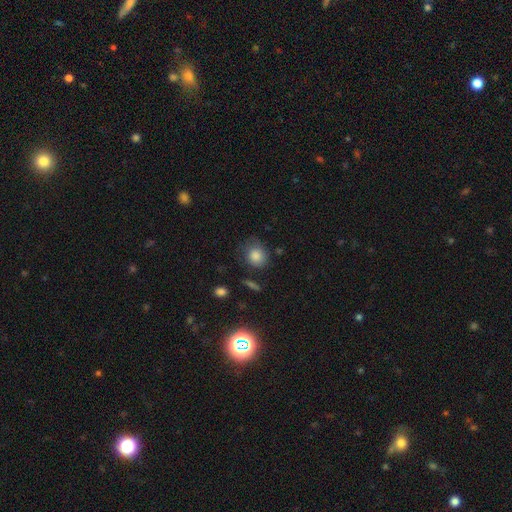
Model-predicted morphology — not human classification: Smooth or featured?
  - smooth: 82% *
  - star or artifact: 10%
  - featured or disk: 8%
How rounded?
  - round: 77% *
  - in between: 22%
  - cigar-shaped: 1%
Merging?
  - none: 66% *
  - minor disturbance: 23%
  - major disturbance: 8%
  - merger: 3%